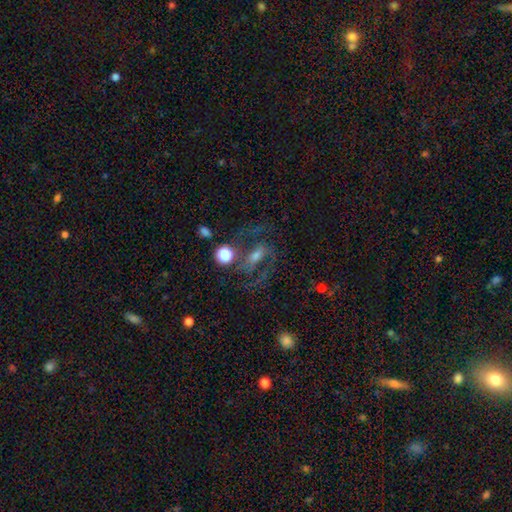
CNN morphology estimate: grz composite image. It shows a featured or disk galaxy (74%) with a weak bar (42%), 2 (85%) medium (57%) spiral arms (90%) and a moderate central bulge (48%). Merging: none (62%).